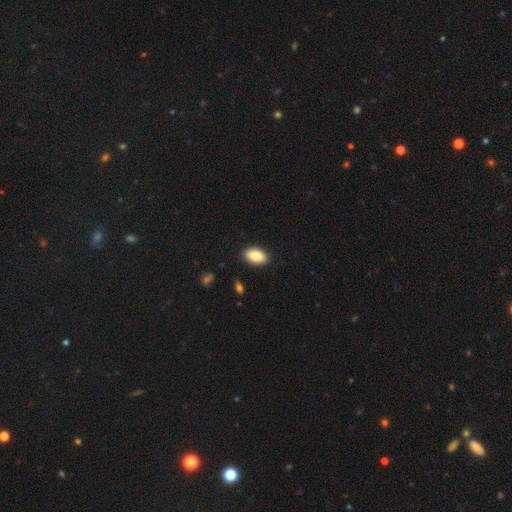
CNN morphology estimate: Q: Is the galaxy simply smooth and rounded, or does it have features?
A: smooth — 86%.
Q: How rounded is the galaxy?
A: in between — 92%.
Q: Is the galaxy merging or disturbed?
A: none — 89%.